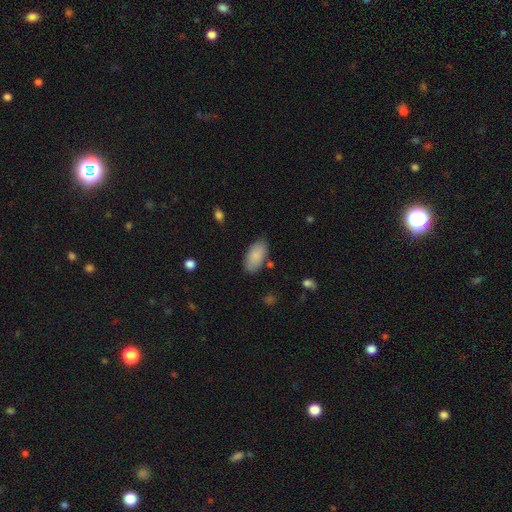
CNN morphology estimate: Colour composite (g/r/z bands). It shows a smooth galaxy with no disk features (87%) that is in between round and cigar-shaped (94%). Merging: none (81%).